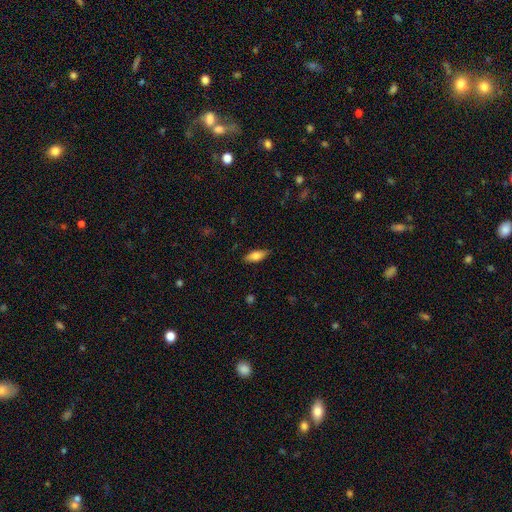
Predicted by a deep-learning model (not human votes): A smooth galaxy with no disk features (75%) that is in between round and cigar-shaped (73%). Merging: none (85%).